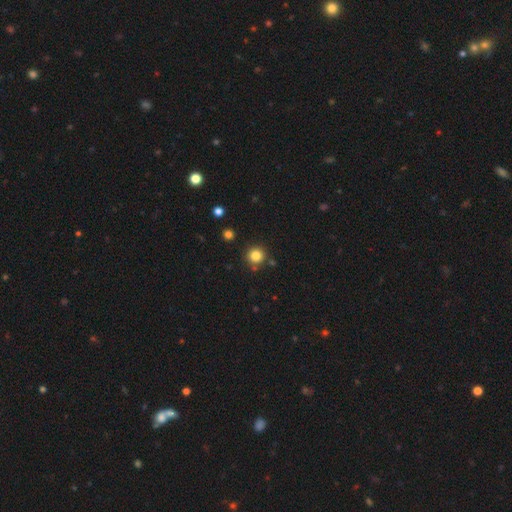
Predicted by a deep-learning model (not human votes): Q: Smooth or featured?
A: smooth (83%); runner-up: star or artifact (12%)
Q: How rounded?
A: round (94%); runner-up: in between (5%)
Q: Merging?
A: none (86%); runner-up: minor disturbance (7%)